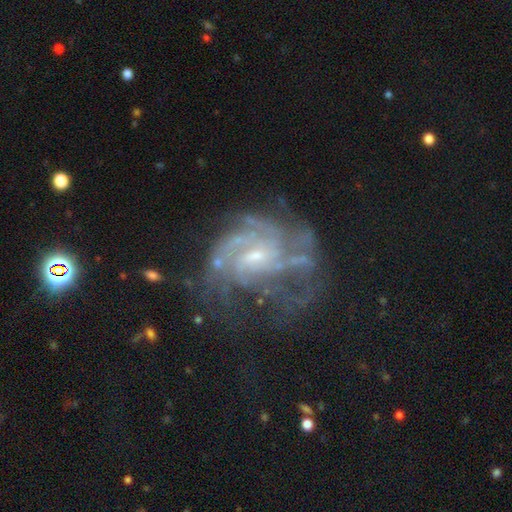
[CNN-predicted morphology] Smooth or featured? Predicted: featured or disk (p=0.86). Edge-on disk? Predicted: no (p=0.98). Bar? Predicted: weak (p=0.46). Spiral arms? Predicted: yes (p=0.93). Spiral winding? Predicted: tight (p=0.44). Spiral arm count? Predicted: can't tell (p=0.32). Bulge size? Predicted: small (p=0.65). Merging? Predicted: none (p=0.50).